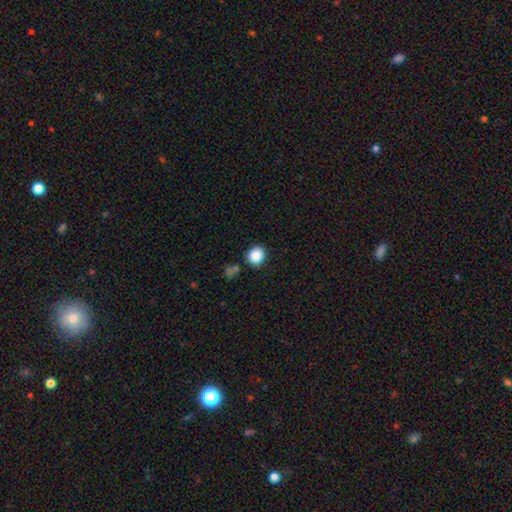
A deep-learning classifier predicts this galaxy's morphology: A smooth galaxy with no disk features (87%) that is round (79%). Merging: none (81%).